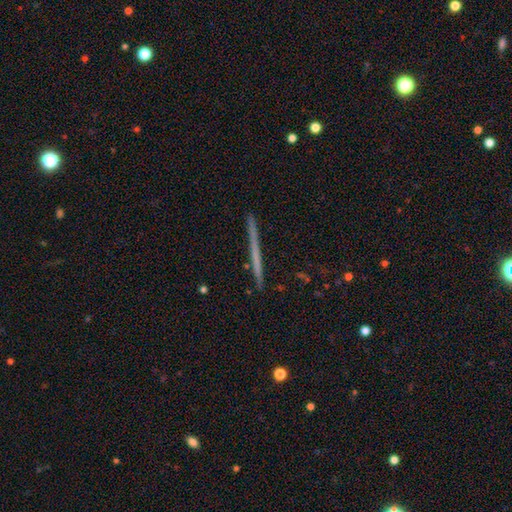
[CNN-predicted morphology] The model was most divided on "smooth or featured": featured or disk: 52%, smooth: 41%, star or artifact: 7%. More confident: edge-on disk — yes (97%); edge-on bulge — none (93%); merging — none (91%).